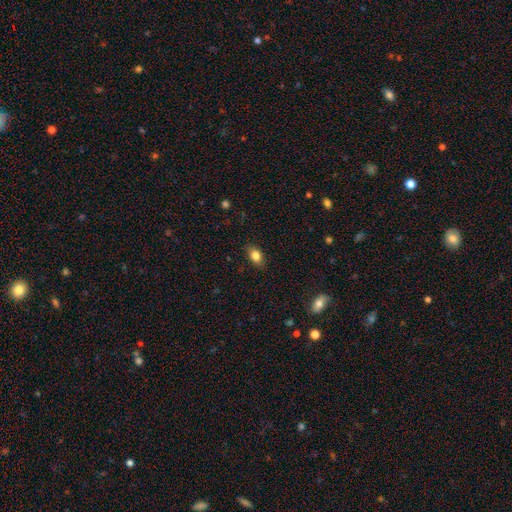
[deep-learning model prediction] smooth 83%, star or artifact 9%, featured or disk 8%. Down the decision tree: how rounded — in between (83%); merging — none (85%).